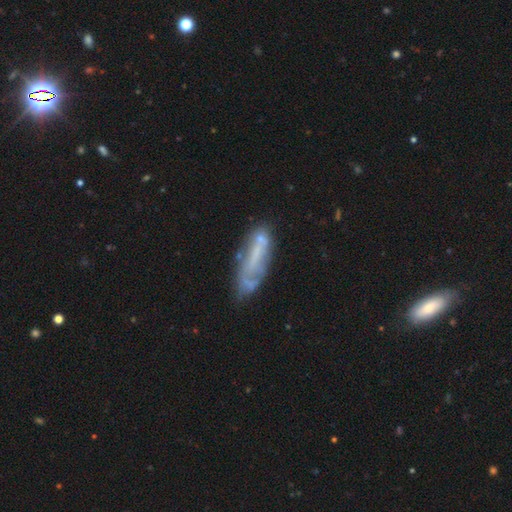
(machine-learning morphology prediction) smooth-or-featured: featured or disk: 53% | smooth: 37% | star or artifact: 10%
  disk-edge-on: no: 79% | yes: 21%
  merging: none: 52% | minor disturbance: 24% | major disturbance: 14% | merger: 10%